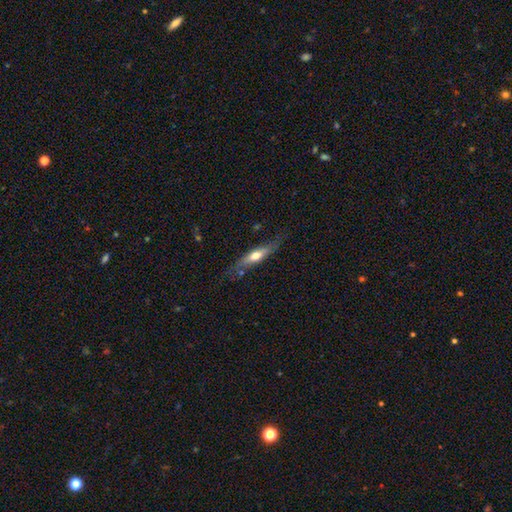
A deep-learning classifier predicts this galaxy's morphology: smooth 47% (tied), featured or disk 47% (tied), star or artifact 5%. Down the decision tree: merging — none (72%).